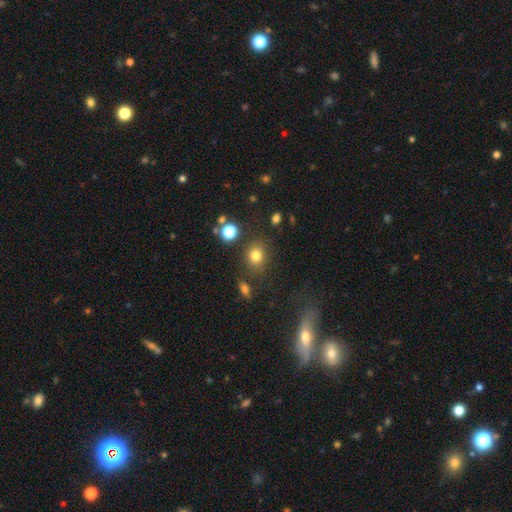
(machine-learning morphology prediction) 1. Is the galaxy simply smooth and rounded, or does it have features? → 78% smooth, 14% star or artifact, 8% featured or disk.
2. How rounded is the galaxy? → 64% round, 35% in between, 1% cigar-shaped.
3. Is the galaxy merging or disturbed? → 77% none, 13% minor disturbance, 5% merger, 5% major disturbance.